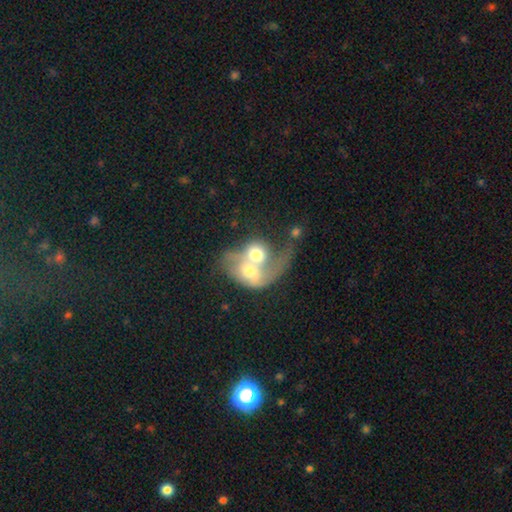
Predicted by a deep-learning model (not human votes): featured or disk 47%, smooth 46%, star or artifact 8%. Down the decision tree: merging — merger (80%).